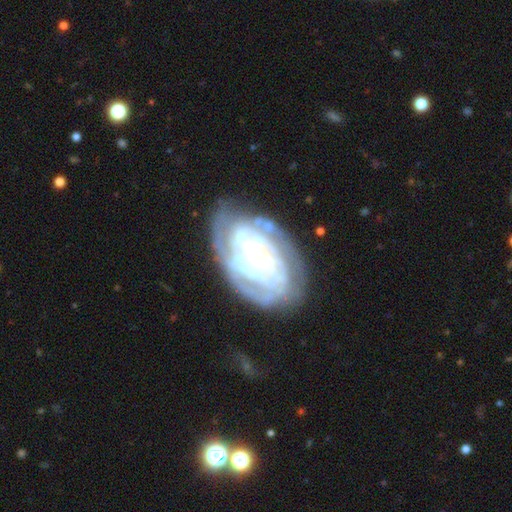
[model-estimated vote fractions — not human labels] A featured or disk galaxy (82%) with no bar (66%), tight (75%) spiral arms (89%) and a small central bulge (49%). Merging: none (64%).